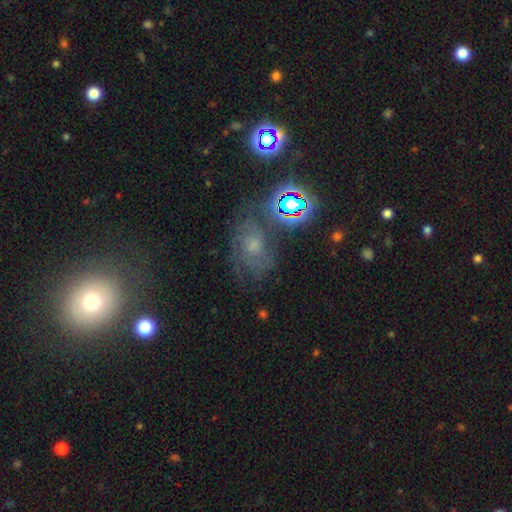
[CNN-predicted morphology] The model was most divided on "smooth or featured": star or artifact: 42%, featured or disk: 29%, smooth: 28%.